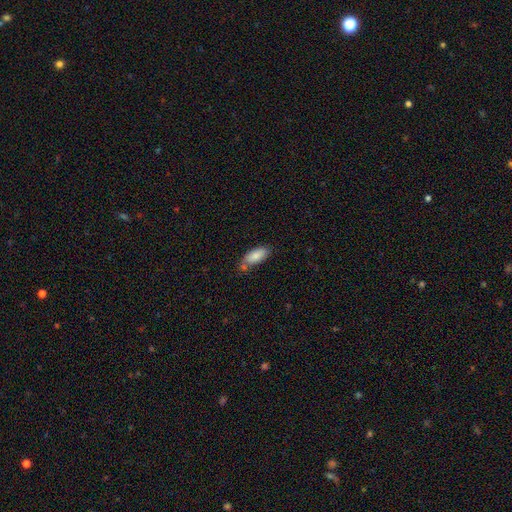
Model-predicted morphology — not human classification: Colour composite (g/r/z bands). It shows a smooth galaxy with no disk features (83%) that is in between round and cigar-shaped (88%). Merging: none (60%).